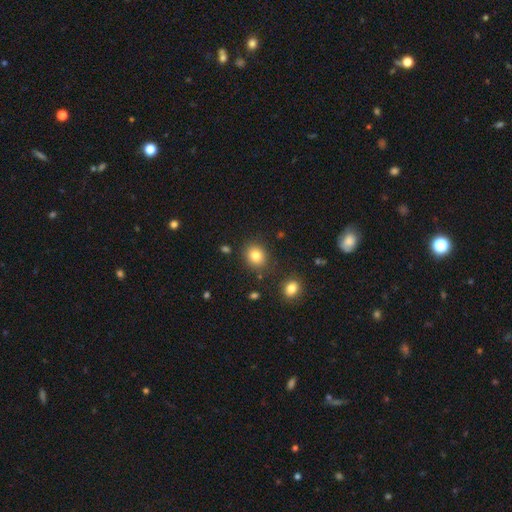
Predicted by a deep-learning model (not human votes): Smooth or featured: smooth — 81% (star or artifact — 11%)
How rounded: round — 74% (in between — 25%)
Merging: none — 85% (minor disturbance — 9%)